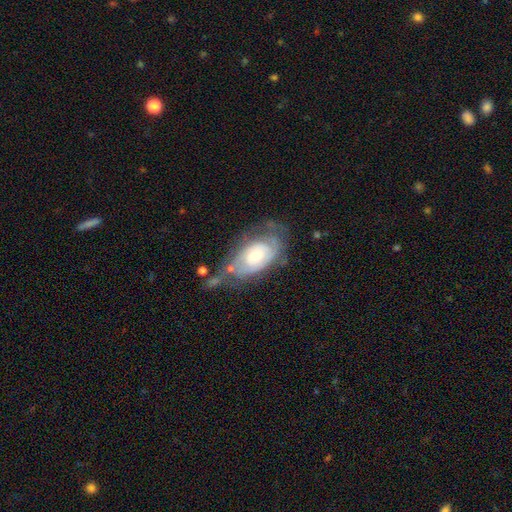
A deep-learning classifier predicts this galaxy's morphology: smooth-or-featured: featured or disk: 67% | smooth: 27% | star or artifact: 6%
  disk-edge-on: no: 93% | yes: 7%
    bar: no: 76% | weak: 20% | strong: 4%
    has-spiral-arms: yes: 72% | no: 28%
    bulge-size: moderate: 61% | small: 24% | large: 12% | dominant: 1% | none: 1%
  merging: none: 39% | minor disturbance: 28% | major disturbance: 25% | merger: 8%